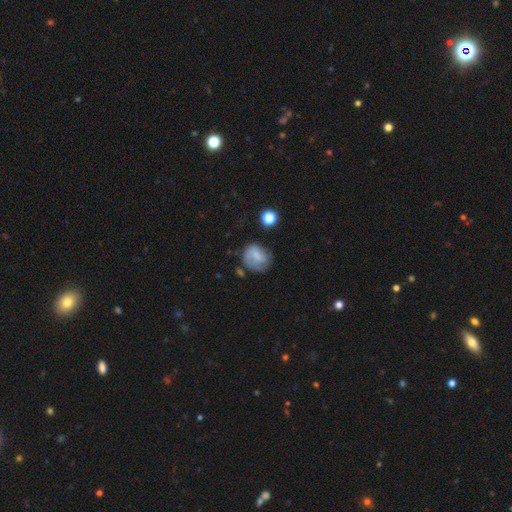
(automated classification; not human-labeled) The model was most divided on "smooth or featured": smooth: 52%, featured or disk: 39%, star or artifact: 9%. More confident: how rounded — round (67%); merging — none (56%).